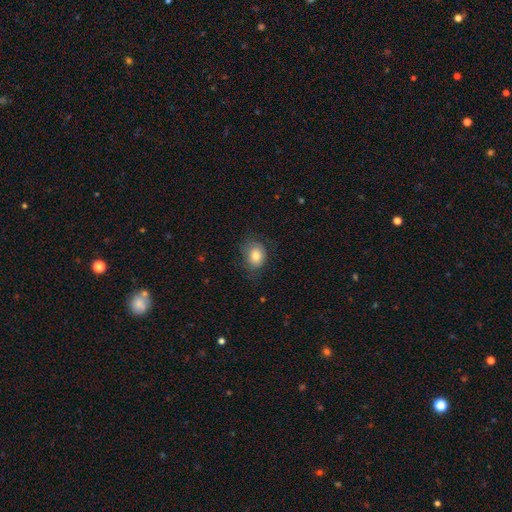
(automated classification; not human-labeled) smooth 78%, featured or disk 14%, star or artifact 8%. Down the decision tree: how rounded — round (50%); merging — none (65%).